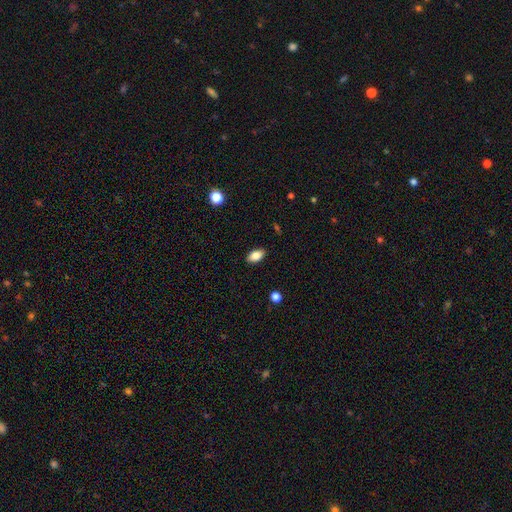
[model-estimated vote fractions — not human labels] Smooth or featured: smooth — 84% (featured or disk — 8%)
How rounded: in between — 91% (round — 6%)
Merging: none — 89% (minor disturbance — 9%)